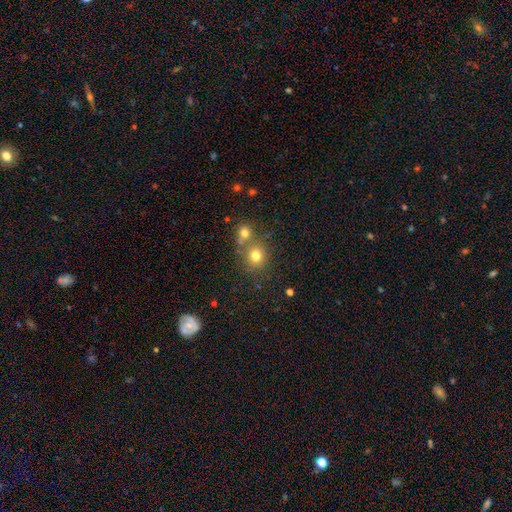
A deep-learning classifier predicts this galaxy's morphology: A smooth galaxy with no disk features (75%) that is round (84%). Merging: none (59%).